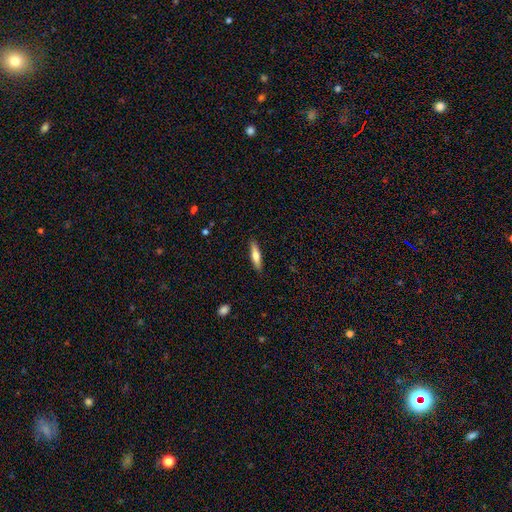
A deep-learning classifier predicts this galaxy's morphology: Smooth or featured? smooth (62%)
How rounded? cigar-shaped (75%)
Merging? none (89%)